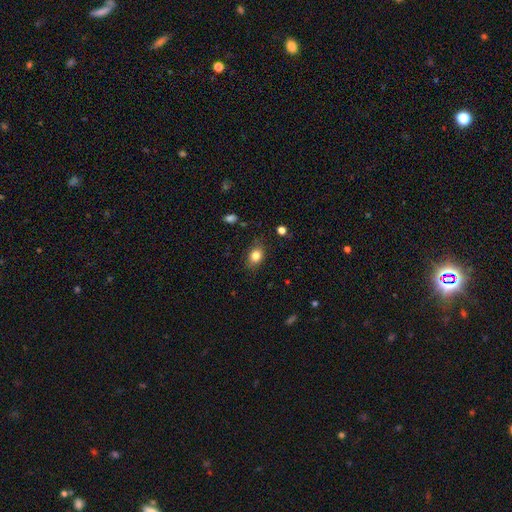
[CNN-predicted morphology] A smooth galaxy with no disk features (83%) that is in between round and cigar-shaped (64%). Merging: none (80%).